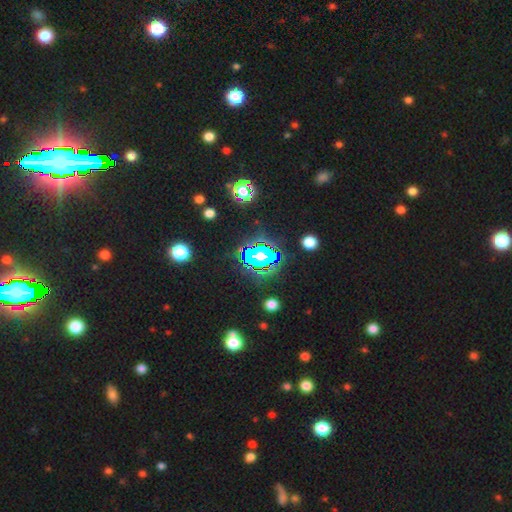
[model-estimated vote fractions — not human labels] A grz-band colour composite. It shows a star or artifact, not a galaxy (75%).